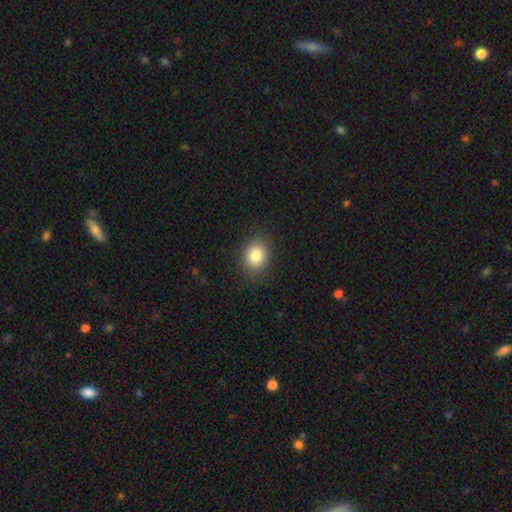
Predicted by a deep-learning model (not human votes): A smooth galaxy with no disk features (84%) that is round (52%).

Vote fractions:
- Smooth or featured? smooth: 84% / star or artifact: 10% / featured or disk: 6%
- How rounded? round: 52% / in between: 47% / cigar-shaped: 1%
- Merging? none: 87% / minor disturbance: 9% / major disturbance: 3% / merger: 1%